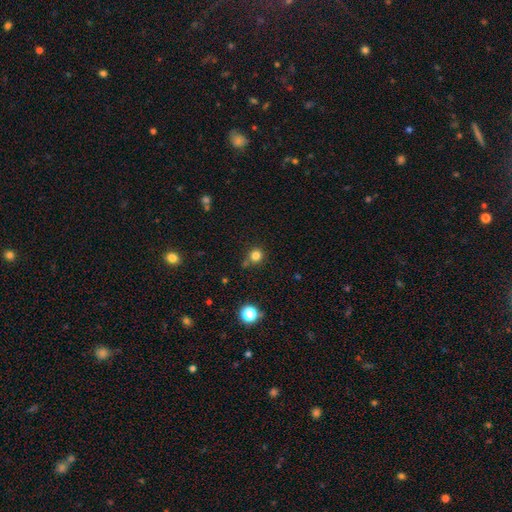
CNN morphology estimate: smooth-or-featured: smooth: 80% | star or artifact: 15% | featured or disk: 5%
  how-rounded: round: 91% | in between: 8% | cigar-shaped: 1%
  merging: none: 76% | minor disturbance: 12% | merger: 9% | major disturbance: 3%